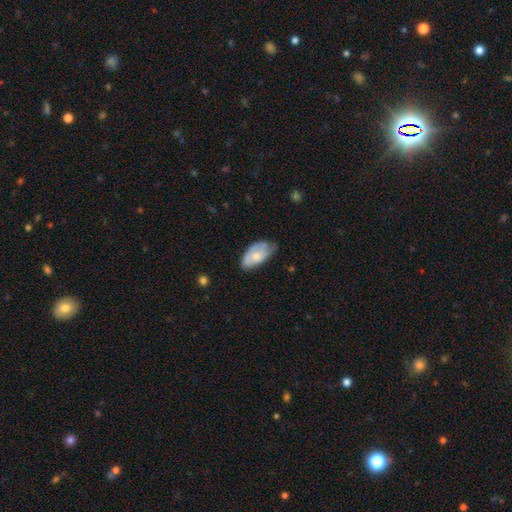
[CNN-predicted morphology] smooth_or_featured: smooth (p=0.59) [alt: featured or disk p=0.35]
how_rounded: in between (p=0.93) [alt: round p=0.03]
merging: none (p=0.52) [alt: minor disturbance p=0.37]